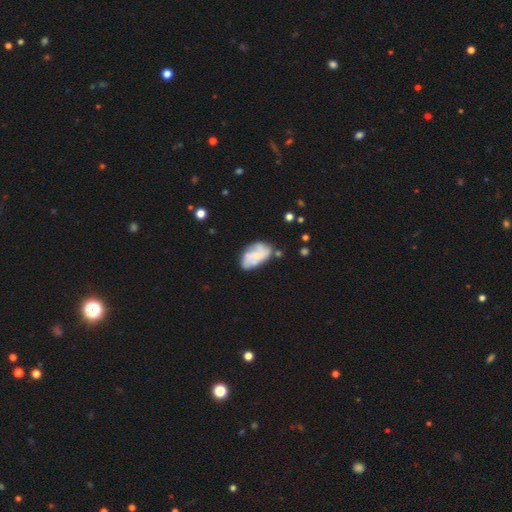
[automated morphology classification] Overall: featured or disk (53%; smooth 39%). Edge-on disk: no (97%). Bar: no (73%). Spiral arms: yes (57%; no 43%). Bulge size: small (51%; none 24%). Merging: none (50%; minor disturbance 27%).